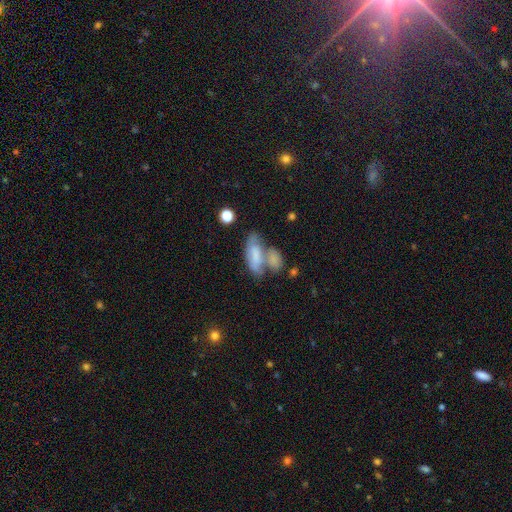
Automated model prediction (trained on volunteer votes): Smooth or featured? smooth (65%)
How rounded? in between (82%)
Merging? merger (51%)